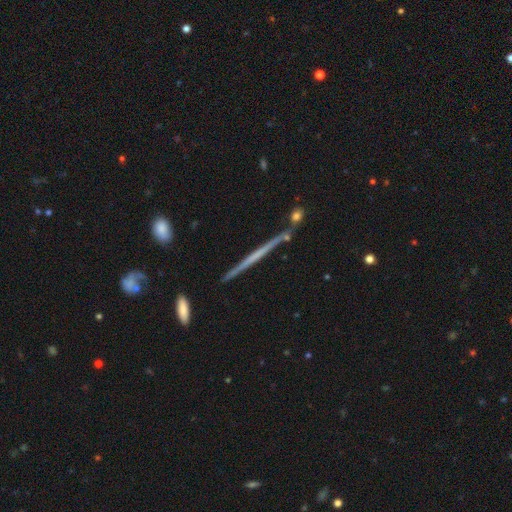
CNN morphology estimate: Smooth or featured?
  - featured or disk: 67% *
  - smooth: 26%
  - star or artifact: 7%
Edge-on disk?
  - yes: 98% *
  - no: 2%
Edge-on bulge?
  - none: 80% *
  - rounded: 14%
  - boxy: 6%
Merging?
  - none: 86% *
  - minor disturbance: 8%
  - merger: 4%
  - major disturbance: 2%